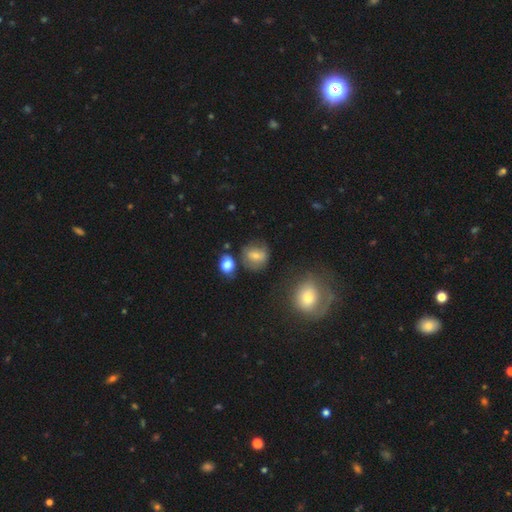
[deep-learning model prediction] Smooth or featured? Predicted: smooth (p=0.62). How rounded? Predicted: round (p=0.69). Merging? Predicted: none (p=0.63).